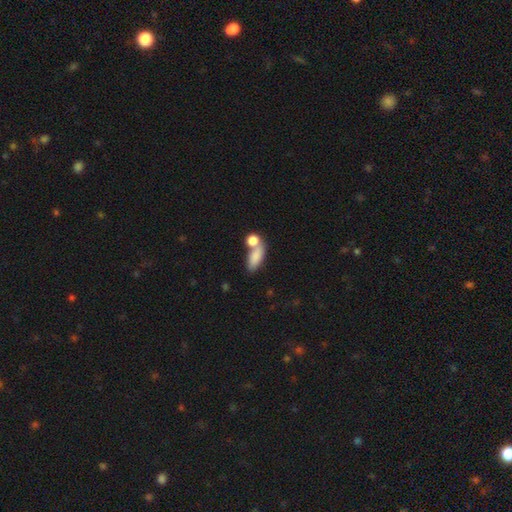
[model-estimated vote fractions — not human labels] A smooth galaxy with no disk features (82%) that is in between round and cigar-shaped (75%).

Vote fractions:
- Smooth or featured? smooth: 82% / featured or disk: 11% / star or artifact: 8%
- How rounded? in between: 75% / cigar-shaped: 16% / round: 9%
- Merging? merger: 41% / none: 40% / minor disturbance: 12% / major disturbance: 7%